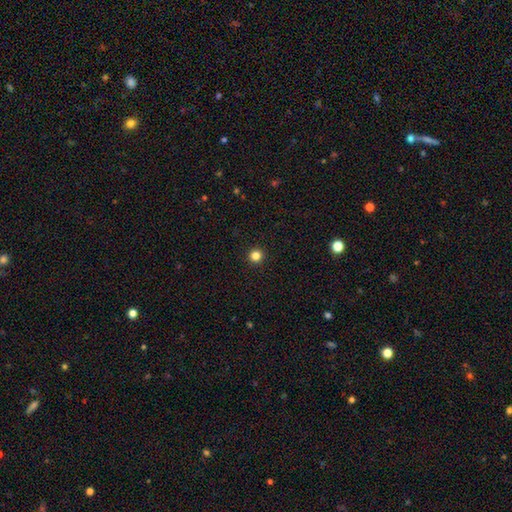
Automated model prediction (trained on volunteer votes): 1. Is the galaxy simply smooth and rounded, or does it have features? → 83% smooth, 13% star or artifact, 4% featured or disk.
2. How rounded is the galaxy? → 96% round, 3% in between, 1% cigar-shaped.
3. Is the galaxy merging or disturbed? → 94% none, 4% minor disturbance, 1% major disturbance, 1% merger.